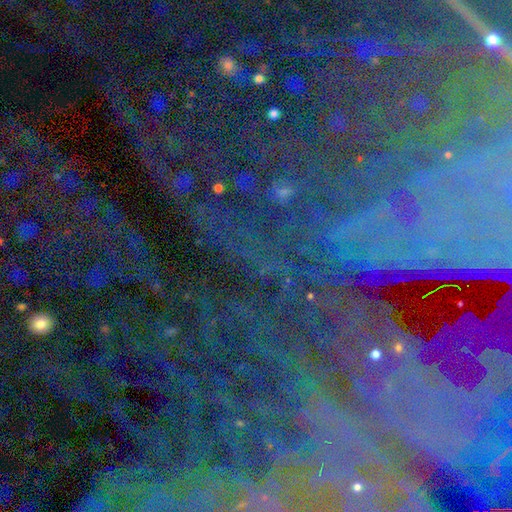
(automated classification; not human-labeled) Smooth or featured: star or artifact — 81% (featured or disk — 10%)